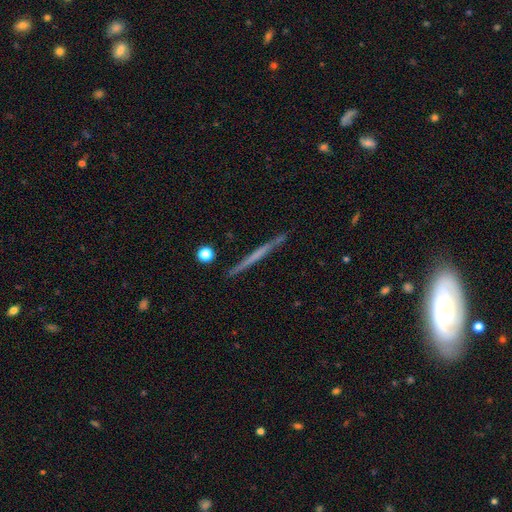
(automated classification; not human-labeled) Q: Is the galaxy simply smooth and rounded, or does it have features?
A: featured or disk — 55%.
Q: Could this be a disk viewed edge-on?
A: yes — 97%.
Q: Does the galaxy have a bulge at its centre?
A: none — 89%.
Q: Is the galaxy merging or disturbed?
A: none — 90%.